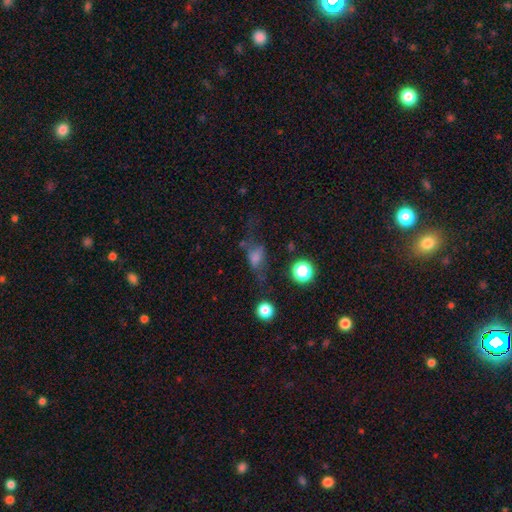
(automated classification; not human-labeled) Q: Smooth or featured?
A: smooth (59%); runner-up: featured or disk (22%)
Q: How rounded?
A: in between (70%); runner-up: round (22%)
Q: Merging?
A: none (38%); runner-up: major disturbance (32%)